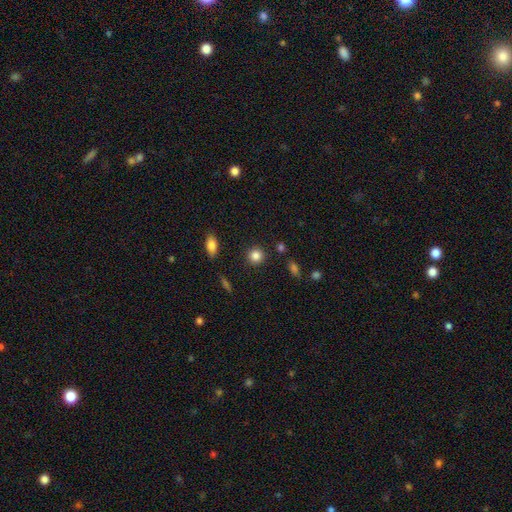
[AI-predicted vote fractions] This is clearly a smooth galaxy (85%). How rounded: clearly round (90%). Merging: clearly none (89%).